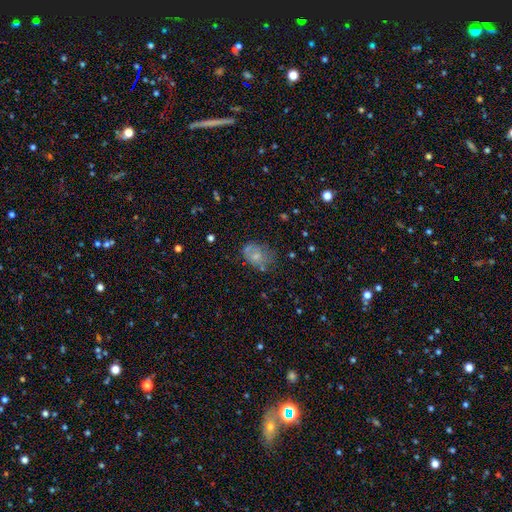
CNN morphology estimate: A smooth galaxy with no disk features (58%) that is in between round and cigar-shaped (72%). Merging: none (47%).